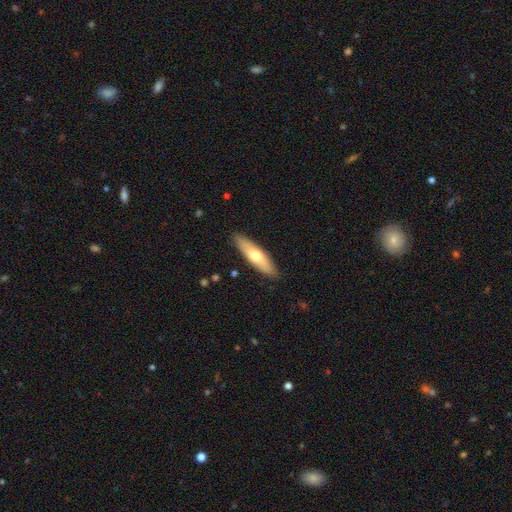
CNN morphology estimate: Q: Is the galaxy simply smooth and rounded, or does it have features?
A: smooth — 57%.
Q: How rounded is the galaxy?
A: cigar-shaped — 64%.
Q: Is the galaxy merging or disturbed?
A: none — 88%.